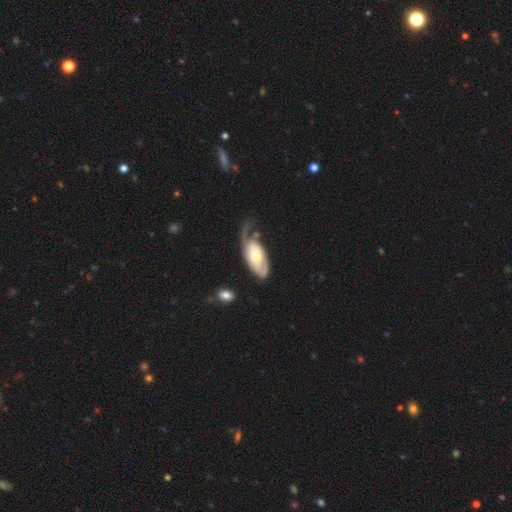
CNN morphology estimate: Smooth or featured? featured or disk (61%)
Edge-on disk? no (91%)
Bar? no (73%)
Spiral arms? yes (74%)
Bulge size? moderate (59%)
Merging? major disturbance (41%)